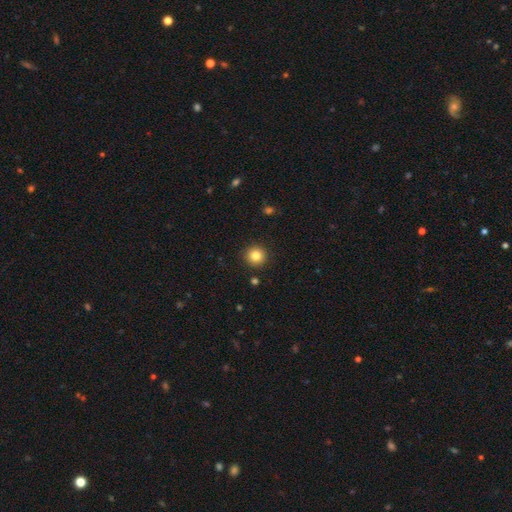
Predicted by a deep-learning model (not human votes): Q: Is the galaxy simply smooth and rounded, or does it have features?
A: smooth — 83%.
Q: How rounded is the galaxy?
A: round — 94%.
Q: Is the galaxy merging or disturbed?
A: none — 91%.